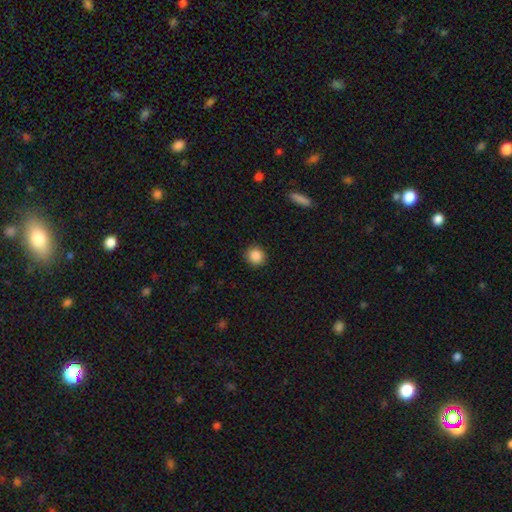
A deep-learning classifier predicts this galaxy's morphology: The model was most divided on "smooth or featured": smooth: 87%, star or artifact: 9%, featured or disk: 3%. More confident: how rounded — round (91%); merging — none (91%).